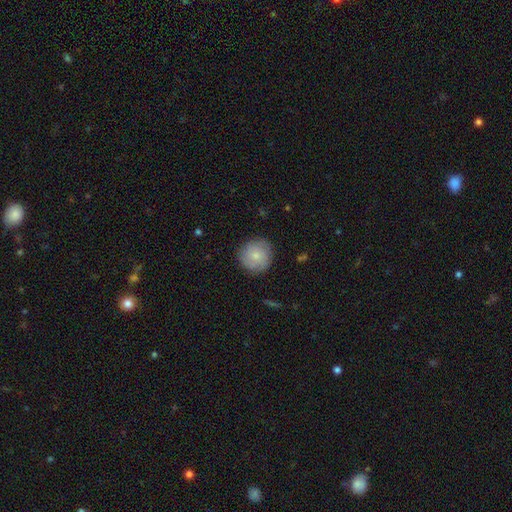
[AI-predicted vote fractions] smooth_or_featured: smooth (p=0.79) [alt: featured or disk p=0.14]
how_rounded: round (p=0.94) [alt: in between p=0.05]
merging: none (p=0.86) [alt: minor disturbance p=0.10]